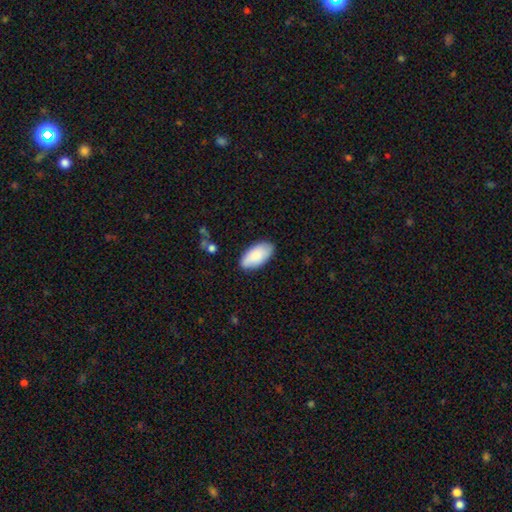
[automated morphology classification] Smooth or featured: smooth — 86% (featured or disk — 8%)
How rounded: in between — 95% (cigar-shaped — 4%)
Merging: none — 84% (minor disturbance — 12%)